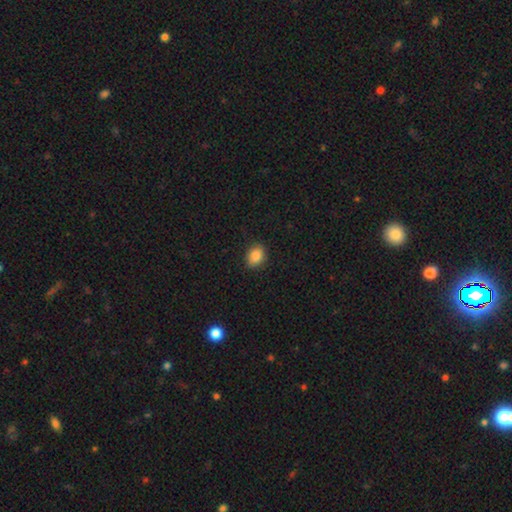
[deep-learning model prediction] smooth 86%, star or artifact 9%, featured or disk 5%. Down the decision tree: how rounded — in between (63%); merging — none (86%).